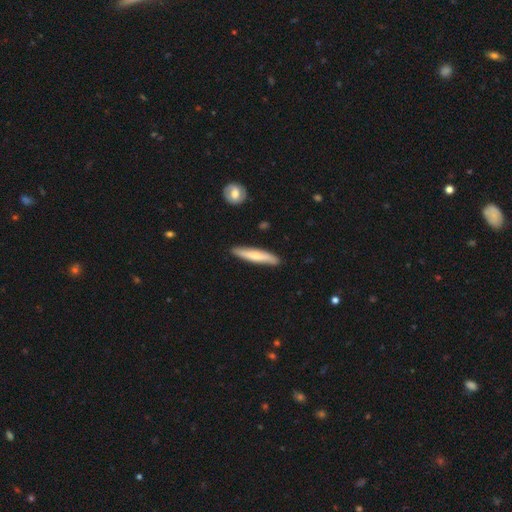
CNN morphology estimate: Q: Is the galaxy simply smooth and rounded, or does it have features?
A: smooth — 61%.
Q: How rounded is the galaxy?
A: cigar-shaped — 90%.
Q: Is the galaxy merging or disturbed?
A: none — 88%.